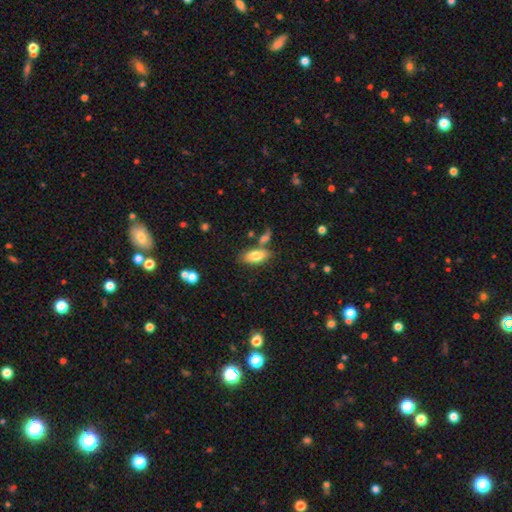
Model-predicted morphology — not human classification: type=smooth (80%); roundness=in between (89%); merging=none (64%).